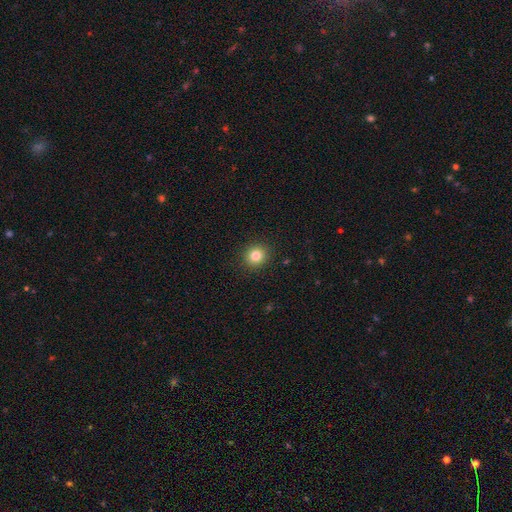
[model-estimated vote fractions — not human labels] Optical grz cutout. It shows a smooth galaxy with no disk features (82%) that is round (87%). Merging: none (92%).